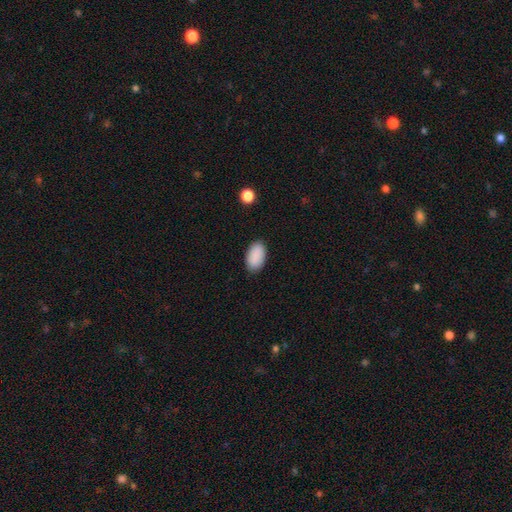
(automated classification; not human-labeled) A smooth galaxy with no disk features (91%) that is in between round and cigar-shaped (95%). Merging: none (88%).